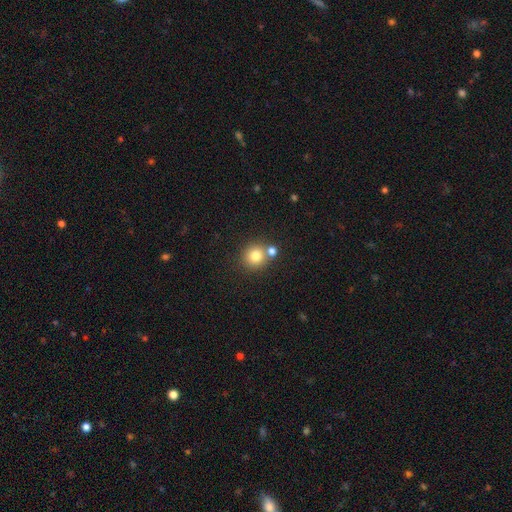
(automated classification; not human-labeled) smooth-or-featured: smooth: 79% | star or artifact: 12% | featured or disk: 9%
  how-rounded: round: 89% | in between: 10% | cigar-shaped: 1%
  merging: none: 67% | merger: 23% | minor disturbance: 8% | major disturbance: 3%